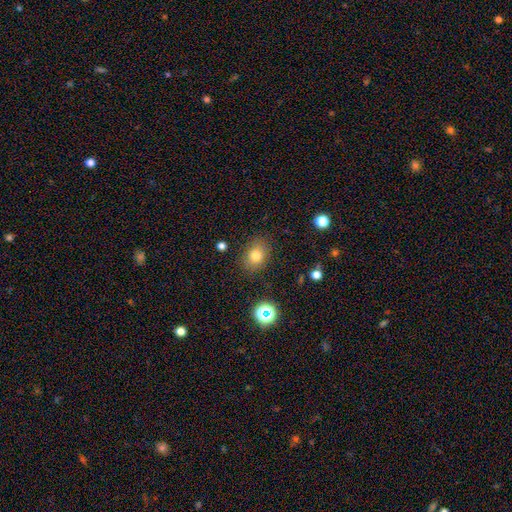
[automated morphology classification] Smooth or featured? smooth (76%)
How rounded? in between (60%)
Merging? none (82%)